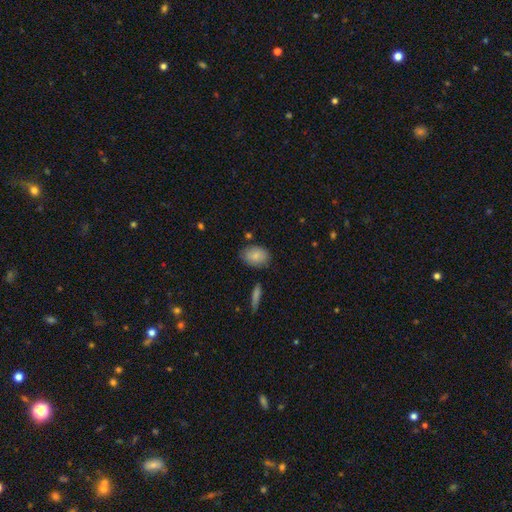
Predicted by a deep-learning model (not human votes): A smooth galaxy with no disk features (84%) that is in between round and cigar-shaped (75%). Merging: none (78%).